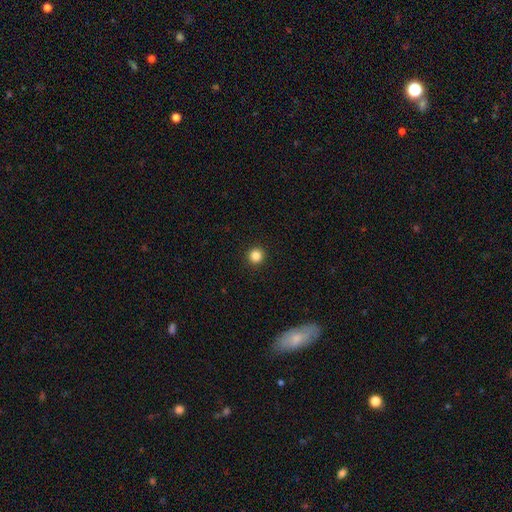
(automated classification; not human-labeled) This is clearly a smooth galaxy (85%). How rounded: clearly round (96%). Merging: clearly none (94%).